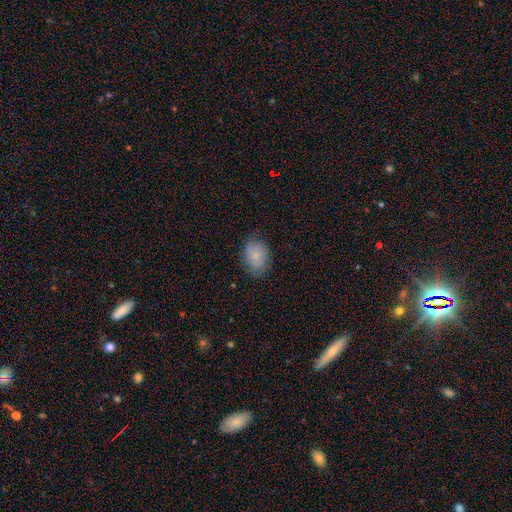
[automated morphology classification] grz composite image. It shows a smooth galaxy with no disk features (78%) that is in between round and cigar-shaped (80%). Merging: none (77%).